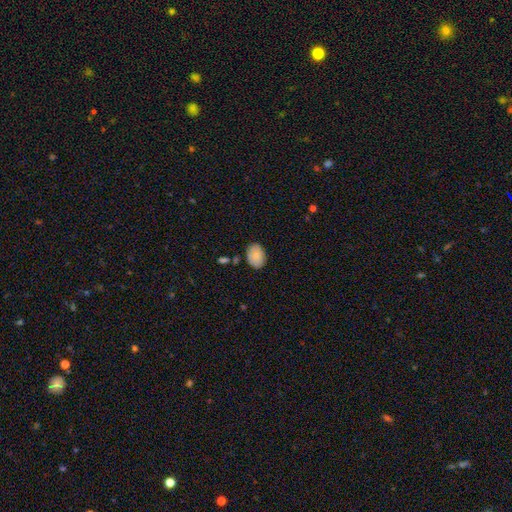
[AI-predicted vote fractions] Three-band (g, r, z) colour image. It shows a smooth galaxy with no disk features (83%) that is in between round and cigar-shaped (79%). Merging: none (82%).